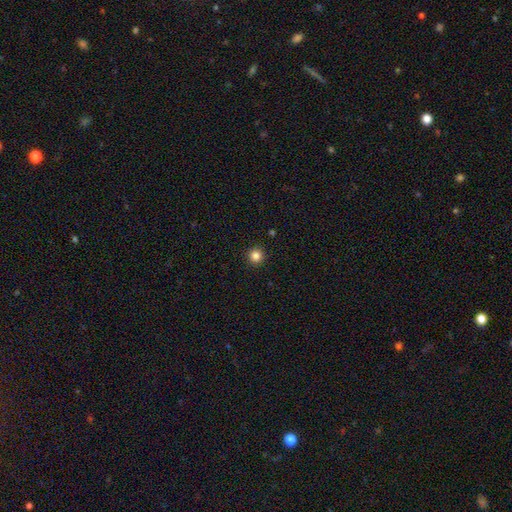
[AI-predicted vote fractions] Smooth or featured? smooth (84%)
How rounded? round (95%)
Merging? none (93%)